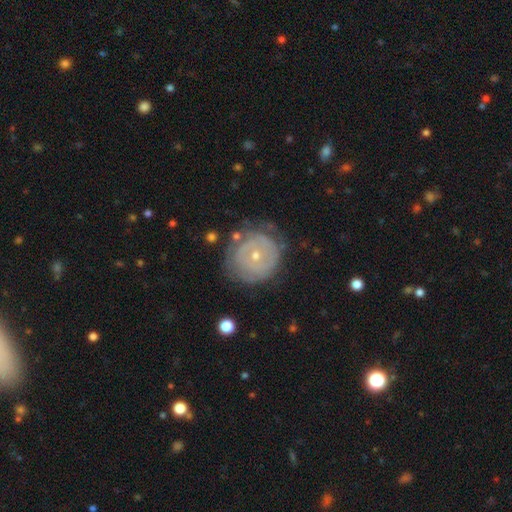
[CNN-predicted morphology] Smooth or featured?
  - featured or disk: 67% *
  - smooth: 26%
  - star or artifact: 7%
Edge-on disk?
  - no: 97% *
  - yes: 3%
Bar?
  - no: 79% *
  - weak: 16%
  - strong: 4%
Spiral arms?
  - yes: 63% *
  - no: 37%
Bulge size?
  - small: 66% *
  - moderate: 32%
  - large: 1%
  - none: 1%
  - dominant: 1%
Merging?
  - none: 69% *
  - minor disturbance: 20%
  - major disturbance: 9%
  - merger: 2%